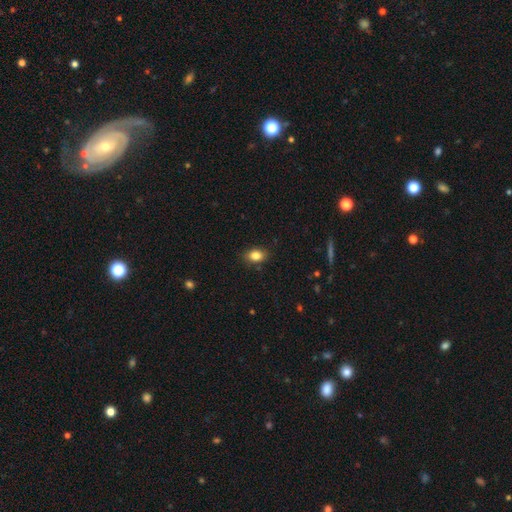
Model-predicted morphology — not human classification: Overall: smooth (84%). How rounded: in between (75%). Merging: none (85%).